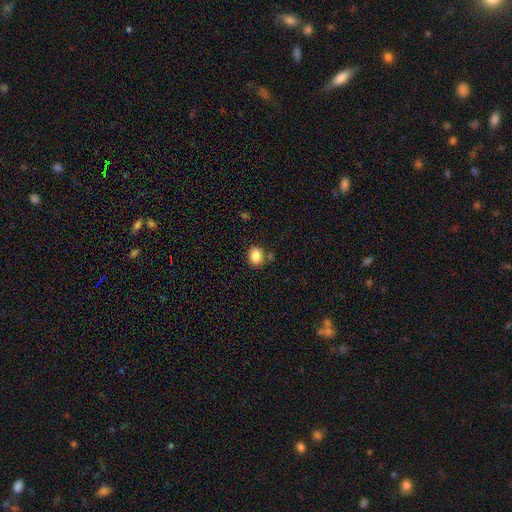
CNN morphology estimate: Overall: smooth (86%). How rounded: in between (55%; round 44%). Merging: none (78%).